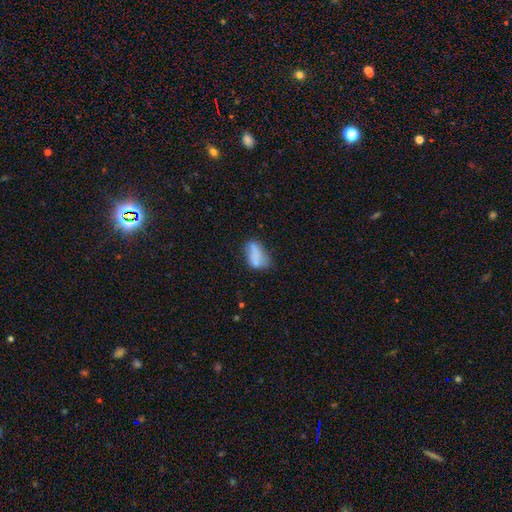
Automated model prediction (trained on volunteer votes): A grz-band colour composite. It shows a smooth galaxy with no disk features (70%) that is in between round and cigar-shaped (88%). Merging: none (37%).